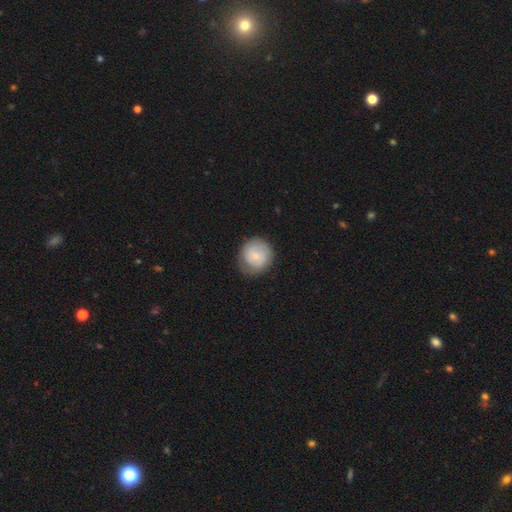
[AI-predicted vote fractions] Q: Smooth or featured?
A: smooth (71%); runner-up: featured or disk (23%)
Q: How rounded?
A: round (88%); runner-up: in between (11%)
Q: Merging?
A: none (73%); runner-up: minor disturbance (20%)